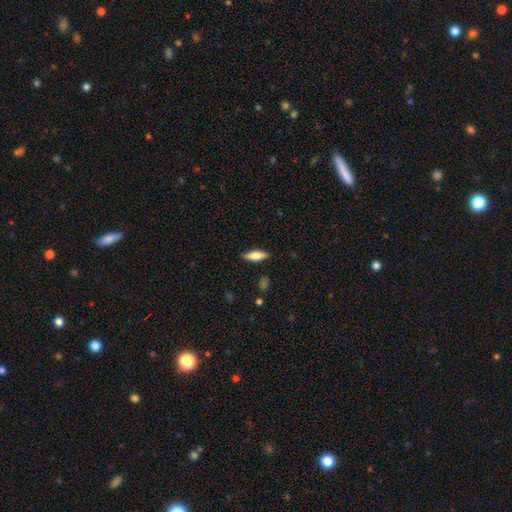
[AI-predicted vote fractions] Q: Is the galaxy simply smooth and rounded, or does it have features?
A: smooth — 76%.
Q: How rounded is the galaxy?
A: cigar-shaped — 50%.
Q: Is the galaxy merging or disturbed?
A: none — 87%.